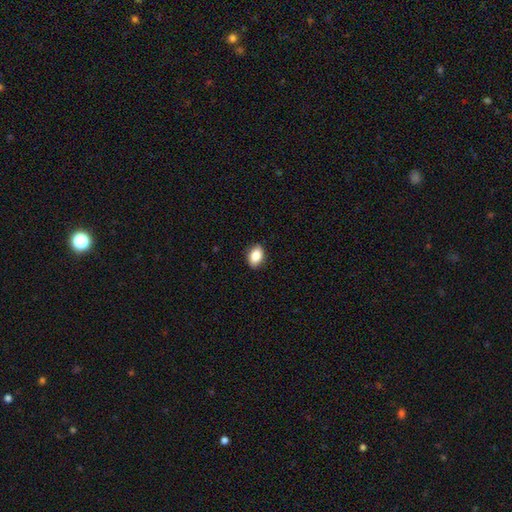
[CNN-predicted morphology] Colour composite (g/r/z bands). It shows a smooth galaxy with no disk features (86%) that is in between round and cigar-shaped (84%). Merging: none (89%).